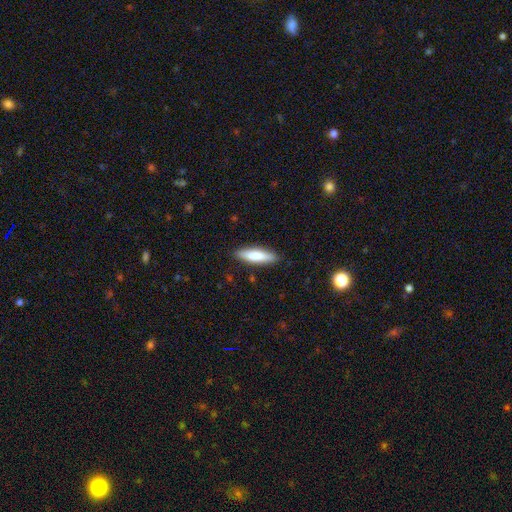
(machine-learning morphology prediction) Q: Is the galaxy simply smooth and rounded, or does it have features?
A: smooth — 74%.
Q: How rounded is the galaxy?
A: cigar-shaped — 66%.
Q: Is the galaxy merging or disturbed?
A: none — 88%.